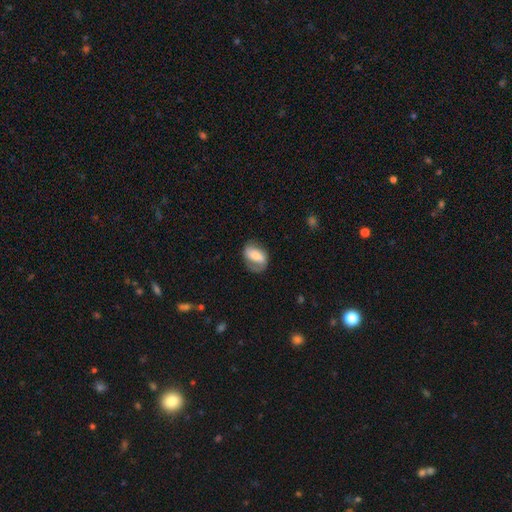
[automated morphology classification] This is possibly a featured or disk galaxy (51%). It is clearly not viewed edge-on (94%). Merging: likely none (60%).